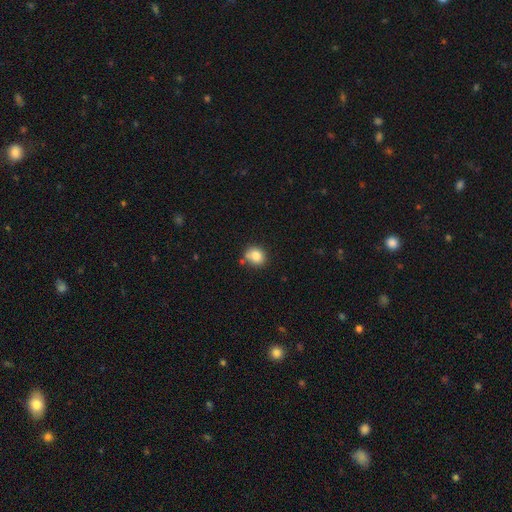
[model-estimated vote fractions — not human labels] This appears to be a smooth galaxy with no disk features (82%) that is round (68%). Merging: none (70%).